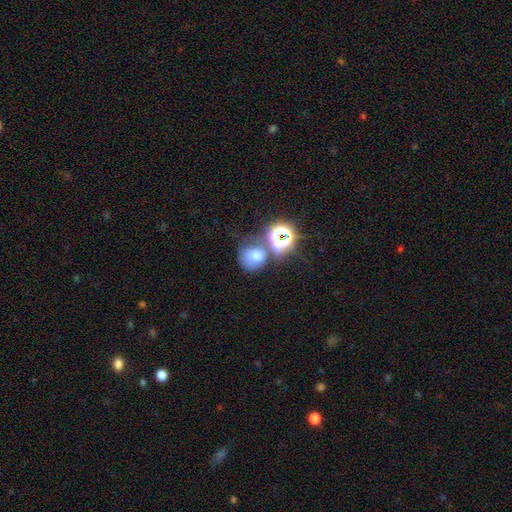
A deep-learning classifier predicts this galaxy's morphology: Smooth or featured: smooth — 53% (star or artifact — 29%)
How rounded: round — 73% (in between — 26%)
Merging: none — 43% (merger — 31%)